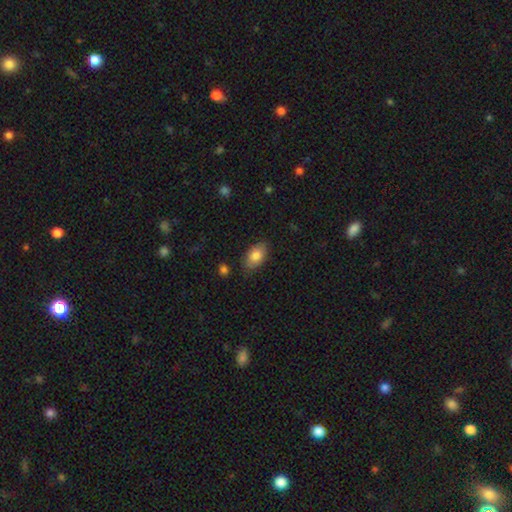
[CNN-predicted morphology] A smooth galaxy with no disk features (82%) that is in between round and cigar-shaped (91%). Merging: none (81%).